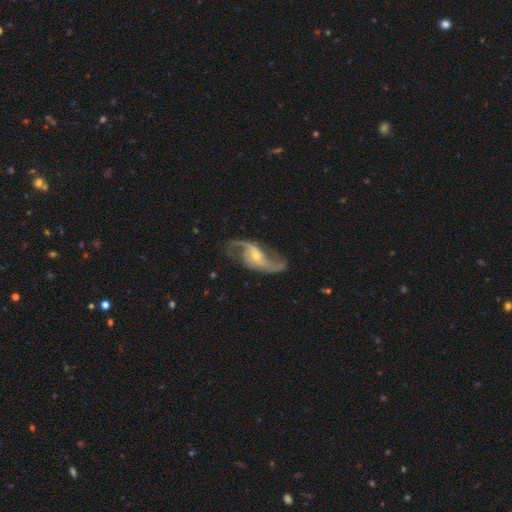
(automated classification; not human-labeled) Smooth or featured?
  - featured or disk: 90% *
  - star or artifact: 5%
  - smooth: 5%
Edge-on disk?
  - no: 96% *
  - yes: 4%
Bar?
  - no: 48% *
  - weak: 35%
  - strong: 17%
Spiral arms?
  - yes: 96% *
  - no: 4%
Spiral winding?
  - loose: 67% *
  - medium: 27%
  - tight: 6%
Spiral arm count?
  - 2: 92% *
  - can't tell: 2%
  - 3: 2%
  - 1: 2%
  - 4: 1%
  - more than 4: 1%
Bulge size?
  - small: 57% *
  - moderate: 39%
  - large: 2%
  - none: 1%
  - dominant: 1%
Merging?
  - none: 72% *
  - minor disturbance: 16%
  - major disturbance: 10%
  - merger: 2%